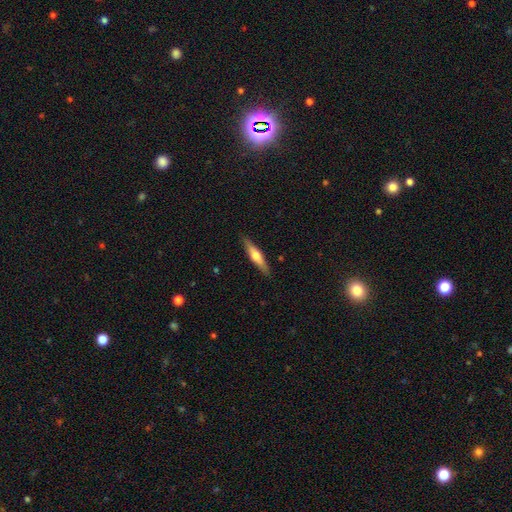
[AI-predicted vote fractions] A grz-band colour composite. It shows a featured or disk galaxy (52%) viewed edge-on (93%). Merging: none (89%).